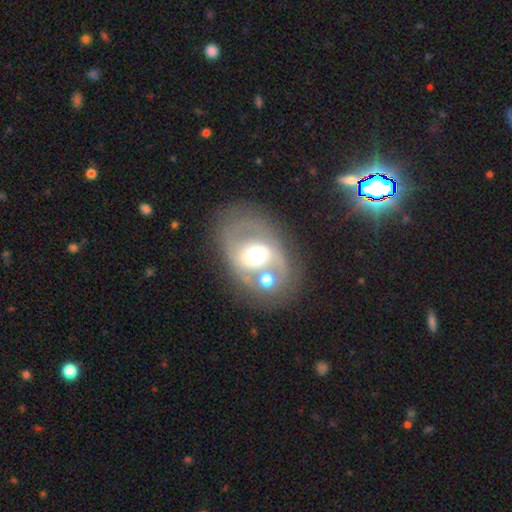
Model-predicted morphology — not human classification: Smooth or featured?
  - featured or disk: 63% *
  - smooth: 28%
  - star or artifact: 9%
Edge-on disk?
  - no: 94% *
  - yes: 6%
Bar?
  - no: 46% *
  - weak: 31%
  - strong: 22%
Spiral arms?
  - no: 62% *
  - yes: 38%
Bulge size?
  - moderate: 62% *
  - large: 24%
  - small: 9%
  - dominant: 4%
  - none: 1%
Merging?
  - none: 53% *
  - merger: 20%
  - minor disturbance: 16%
  - major disturbance: 11%